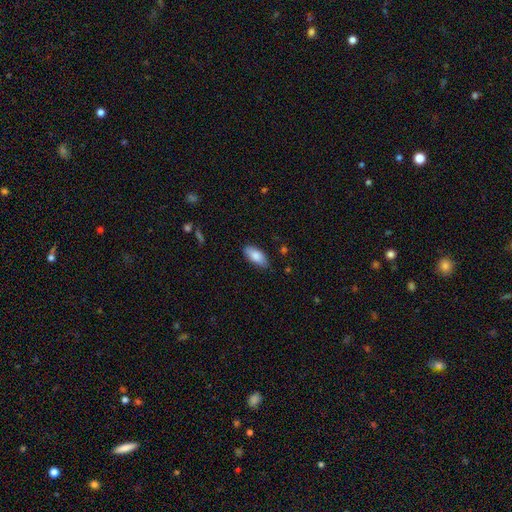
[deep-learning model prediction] This is clearly a smooth galaxy (84%). How rounded: clearly in between (88%). Merging: clearly none (82%).